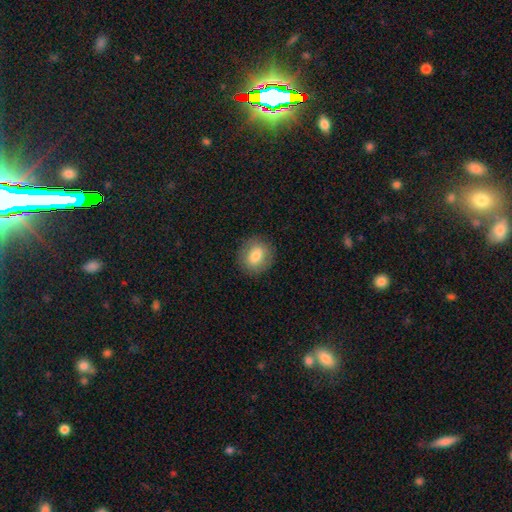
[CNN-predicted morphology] The model was most divided on "how rounded": round: 74%, in between: 25%, cigar-shaped: 1%. More confident: merging — none (87%); smooth or featured — smooth (75%).